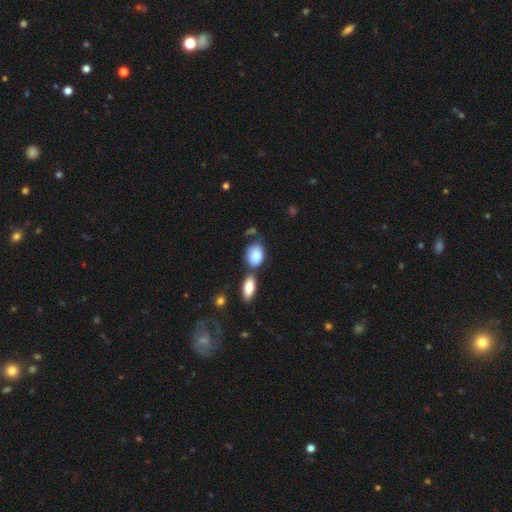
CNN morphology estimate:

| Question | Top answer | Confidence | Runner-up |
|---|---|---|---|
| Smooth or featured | smooth | 86% | featured or disk (8%) |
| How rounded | in between | 76% | round (22%) |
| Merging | none | 47% | merger (24%) |